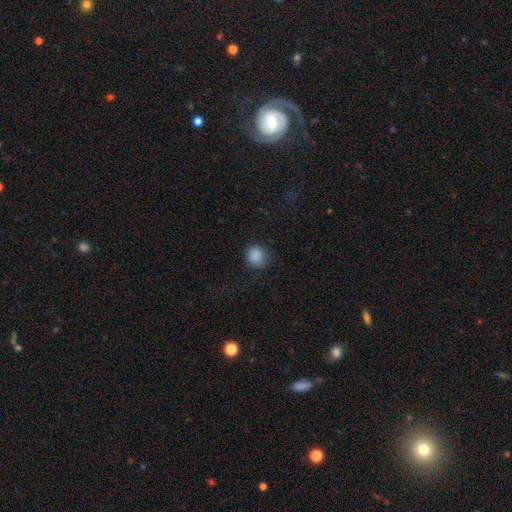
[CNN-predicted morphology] Smooth or featured? Predicted: smooth (p=0.86). How rounded? Predicted: round (p=0.77). Merging? Predicted: none (p=0.76).